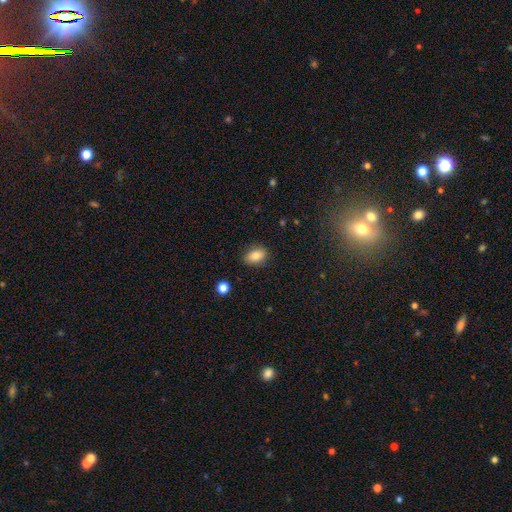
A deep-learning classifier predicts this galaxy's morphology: Smooth or featured? smooth (82%)
How rounded? in between (83%)
Merging? none (86%)